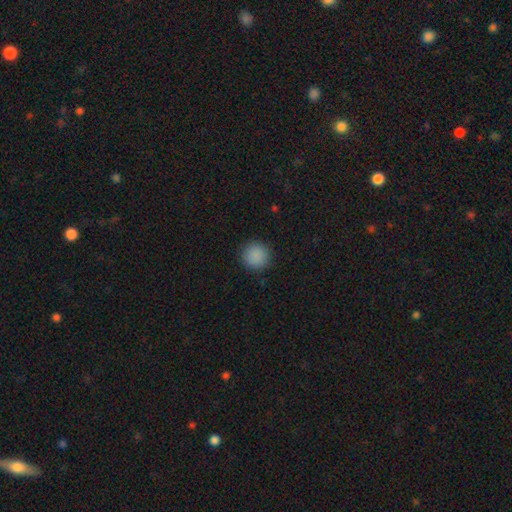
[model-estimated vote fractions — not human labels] This appears to be a smooth galaxy with no disk features (89%) that is round (95%). Merging: none (91%).